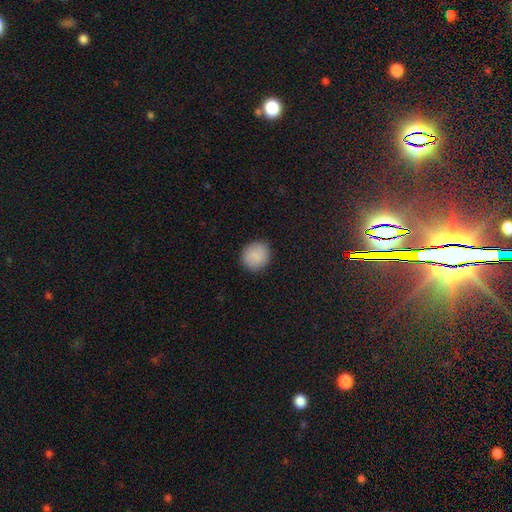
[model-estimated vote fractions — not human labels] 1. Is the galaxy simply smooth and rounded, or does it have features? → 89% smooth, 7% star or artifact, 4% featured or disk.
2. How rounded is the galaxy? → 88% round, 11% in between, 1% cigar-shaped.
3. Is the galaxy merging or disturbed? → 90% none, 7% minor disturbance, 2% major disturbance, 1% merger.